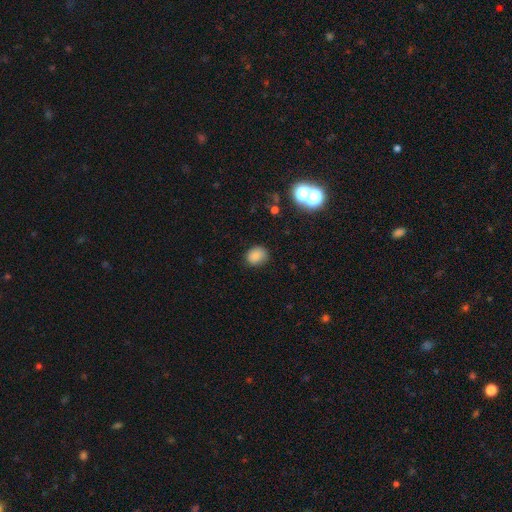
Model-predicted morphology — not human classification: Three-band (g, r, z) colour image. It shows a smooth galaxy with no disk features (83%) that is round (56%). Merging: none (82%).